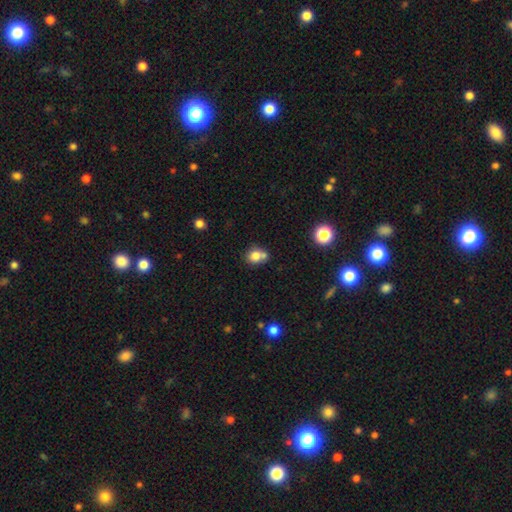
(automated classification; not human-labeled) smooth 77%, star or artifact 12%, featured or disk 11%. Down the decision tree: how rounded — round (69%); merging — none (45%).